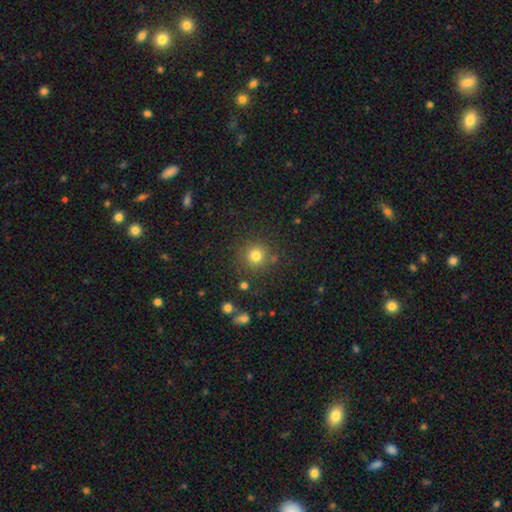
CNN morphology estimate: A smooth galaxy with no disk features (78%) that is round (94%).

Vote fractions:
- Smooth or featured? smooth: 78% / star or artifact: 16% / featured or disk: 6%
- How rounded? round: 94% / in between: 5% / cigar-shaped: 1%
- Merging? none: 83% / minor disturbance: 9% / merger: 5% / major disturbance: 3%